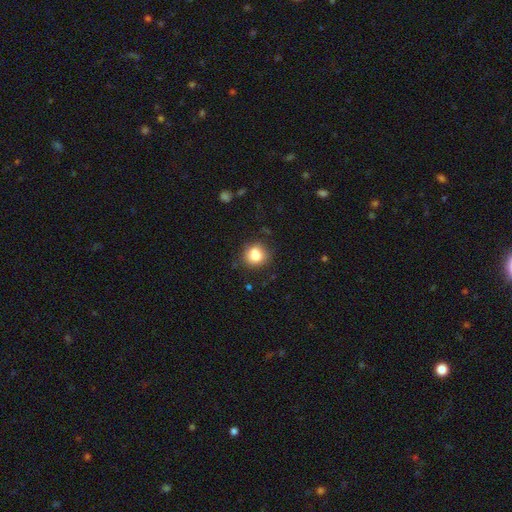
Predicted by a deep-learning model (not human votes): The model was most divided on "merging": none: 80%, minor disturbance: 14%, major disturbance: 3%, merger: 3%. More confident: how rounded — round (83%); smooth or featured — smooth (82%).